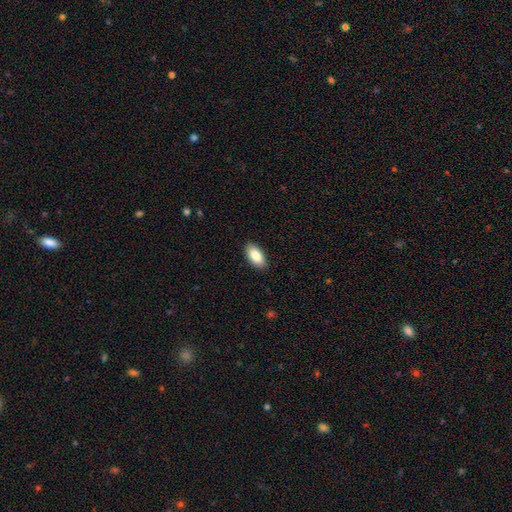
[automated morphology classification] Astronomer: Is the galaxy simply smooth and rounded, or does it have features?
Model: smooth — 88%.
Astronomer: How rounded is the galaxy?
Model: in between — 93%.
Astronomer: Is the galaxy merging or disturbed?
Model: none — 89%.